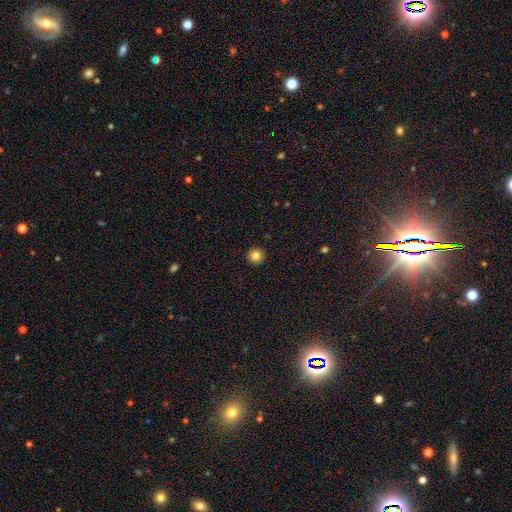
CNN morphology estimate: smooth-or-featured: smooth: 84% | star or artifact: 12% | featured or disk: 5%
  how-rounded: round: 96% | in between: 3% | cigar-shaped: 1%
  merging: none: 94% | minor disturbance: 4% | major disturbance: 1% | merger: 1%